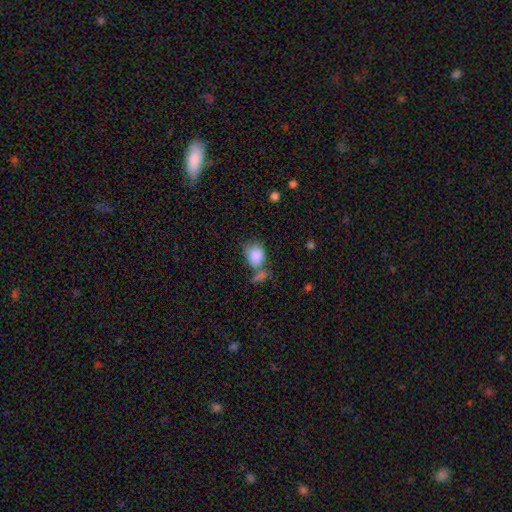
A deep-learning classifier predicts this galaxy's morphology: This is clearly a smooth galaxy (85%). How rounded: possibly in between (50%). Merging: marginally none (38%).